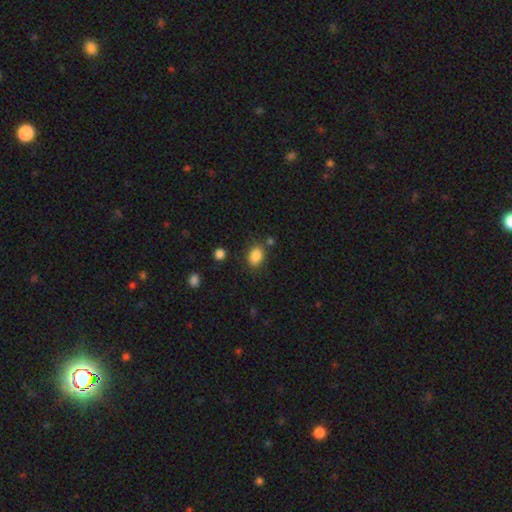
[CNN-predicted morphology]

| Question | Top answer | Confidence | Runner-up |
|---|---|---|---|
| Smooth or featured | smooth | 86% | star or artifact (9%) |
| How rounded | in between | 75% | round (23%) |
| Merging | none | 76% | minor disturbance (14%) |